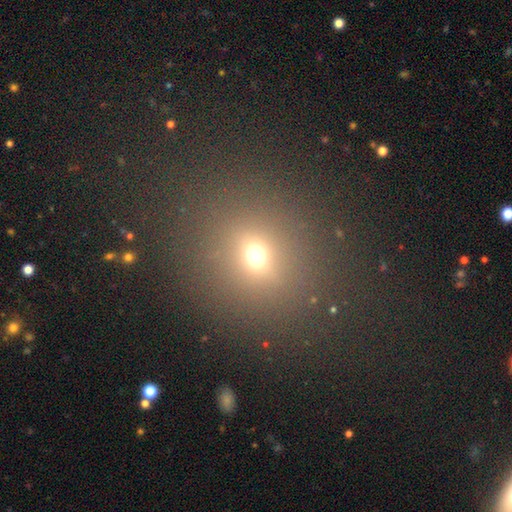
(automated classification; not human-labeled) Smooth or featured? smooth (65%)
How rounded? round (76%)
Merging? none (80%)